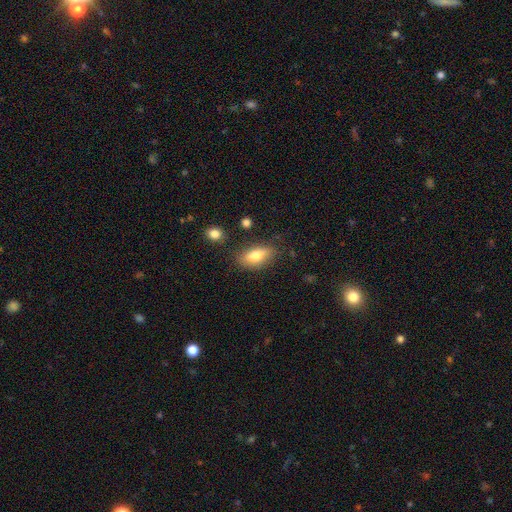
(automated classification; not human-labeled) This appears to be a smooth galaxy with no disk features (75%) that is in between round and cigar-shaped (84%). Merging: none (77%).